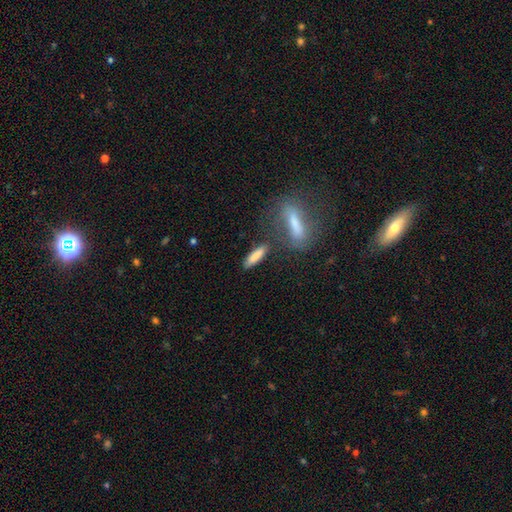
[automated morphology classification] smooth 84%, featured or disk 10%, star or artifact 6%. Down the decision tree: how rounded — cigar-shaped (71%); merging — none (74%).